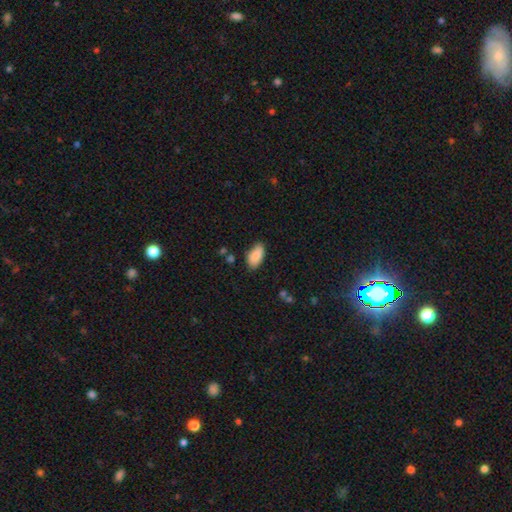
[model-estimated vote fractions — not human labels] Q: Smooth or featured?
A: smooth (88%); runner-up: star or artifact (7%)
Q: How rounded?
A: in between (93%); runner-up: cigar-shaped (4%)
Q: Merging?
A: none (77%); runner-up: minor disturbance (18%)